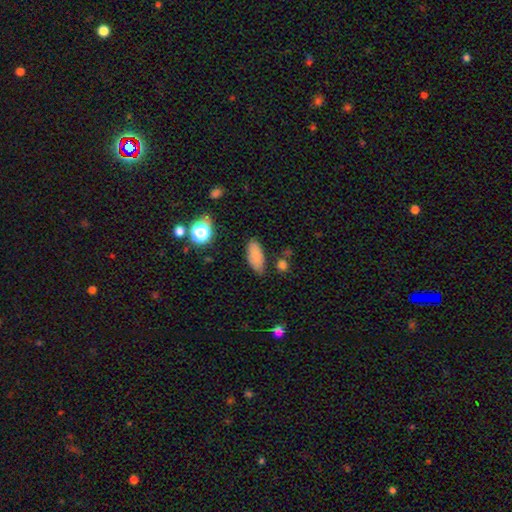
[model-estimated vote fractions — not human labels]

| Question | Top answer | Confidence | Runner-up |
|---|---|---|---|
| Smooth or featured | smooth | 81% | featured or disk (10%) |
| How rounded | in between | 86% | cigar-shaped (11%) |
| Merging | none | 76% | minor disturbance (18%) |